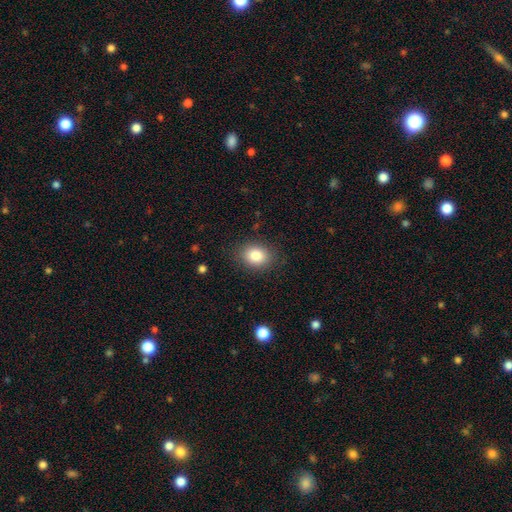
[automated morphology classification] Smooth or featured? Predicted: smooth (p=0.85). How rounded? Predicted: in between (p=0.57). Merging? Predicted: none (p=0.85).